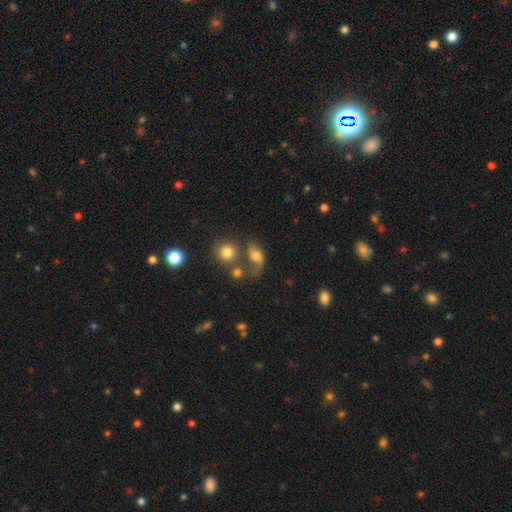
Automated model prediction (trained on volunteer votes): A smooth galaxy with no disk features (53%) that is in between round and cigar-shaped (67%). Merging: major disturbance (29%).